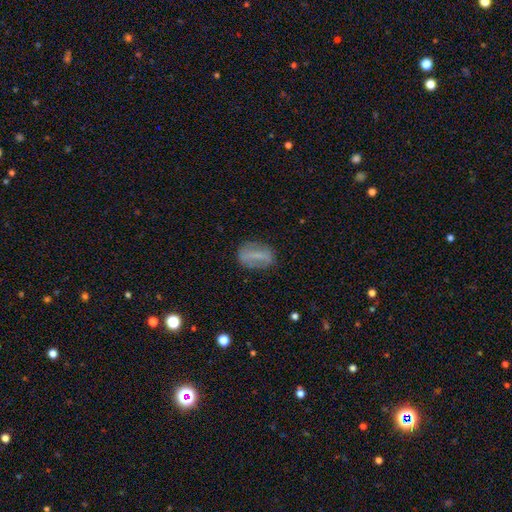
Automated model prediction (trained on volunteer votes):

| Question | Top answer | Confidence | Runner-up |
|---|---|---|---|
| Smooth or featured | smooth | 53% | featured or disk (37%) |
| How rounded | in between | 77% | round (13%) |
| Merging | none | 74% | minor disturbance (18%) |